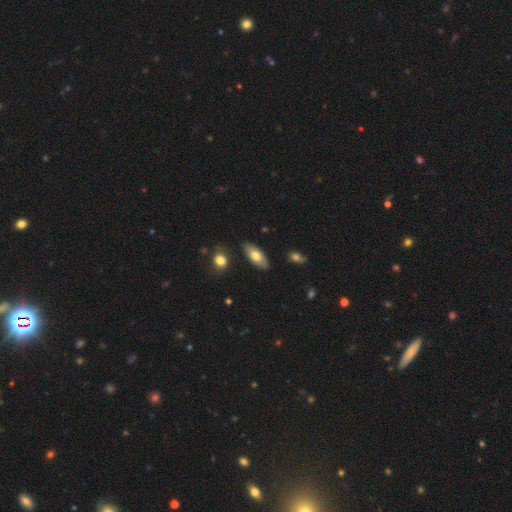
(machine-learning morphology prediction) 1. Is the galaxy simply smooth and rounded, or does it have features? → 73% smooth, 22% featured or disk, 6% star or artifact.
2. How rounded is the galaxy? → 84% in between, 14% cigar-shaped, 3% round.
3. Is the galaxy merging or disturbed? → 85% none, 11% minor disturbance, 2% merger, 2% major disturbance.